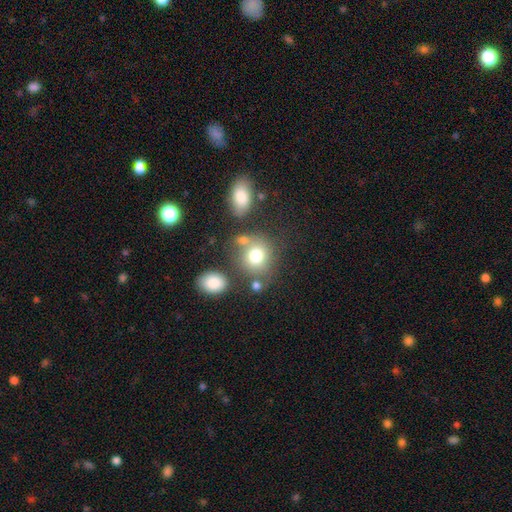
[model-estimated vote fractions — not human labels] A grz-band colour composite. It shows a smooth galaxy with no disk features (76%) that is round (76%). Merging: none (60%).